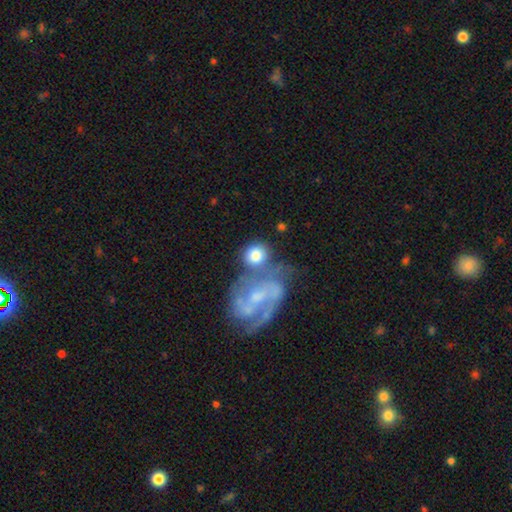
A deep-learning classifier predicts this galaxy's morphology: Smooth or featured?
  - smooth: 69% *
  - featured or disk: 23%
  - star or artifact: 8%
How rounded?
  - round: 76% *
  - in between: 22%
  - cigar-shaped: 1%
Merging?
  - none: 40% *
  - merger: 37%
  - minor disturbance: 14%
  - major disturbance: 9%